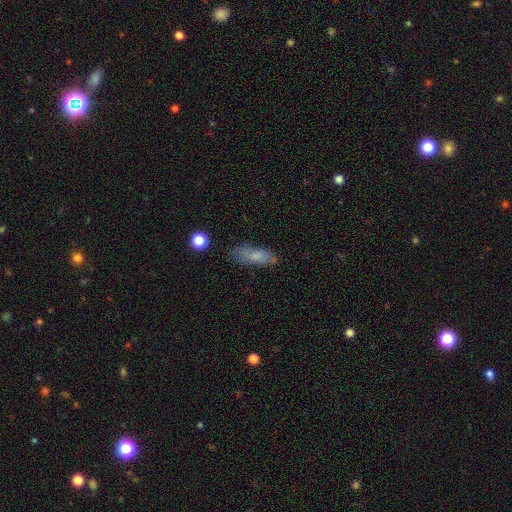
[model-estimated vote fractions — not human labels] Smooth or featured? smooth (67%)
How rounded? in between (63%)
Merging? none (71%)